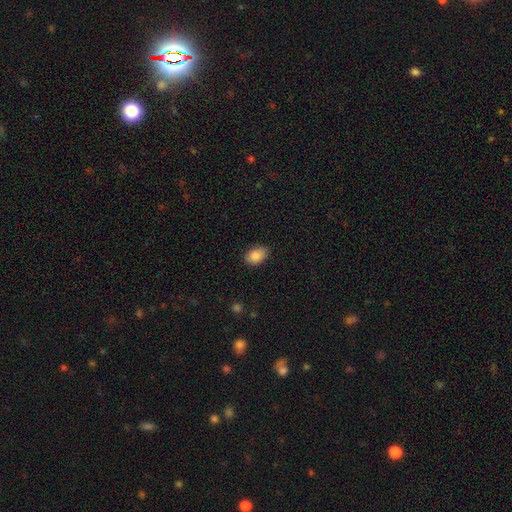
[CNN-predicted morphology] This is clearly a smooth galaxy (88%). How rounded: clearly in between (83%). Merging: likely none (77%).